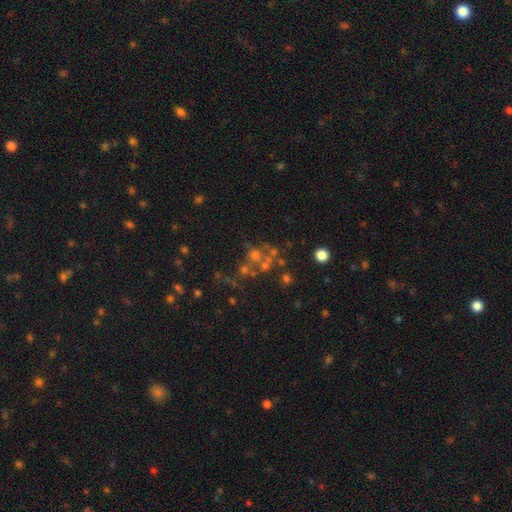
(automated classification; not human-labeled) A featured or disk galaxy (37%).

Vote fractions:
- Smooth or featured? featured or disk: 37% / smooth: 32% / star or artifact: 31%
- Merging? none: 40% / merger: 34% / major disturbance: 16% / minor disturbance: 10%